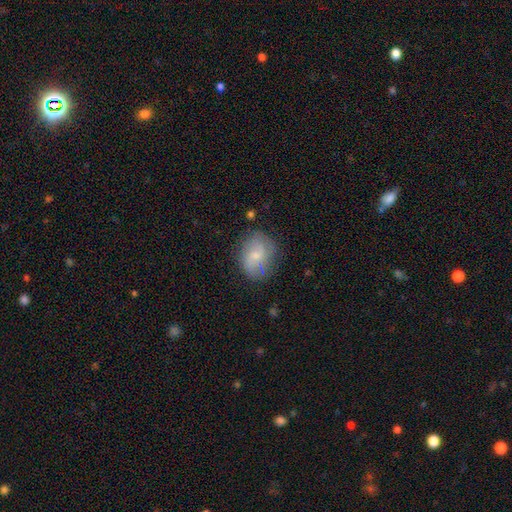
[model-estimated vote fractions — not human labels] Q: Smooth or featured?
A: smooth (49%); runner-up: featured or disk (43%)
Q: Merging?
A: none (66%); runner-up: minor disturbance (22%)